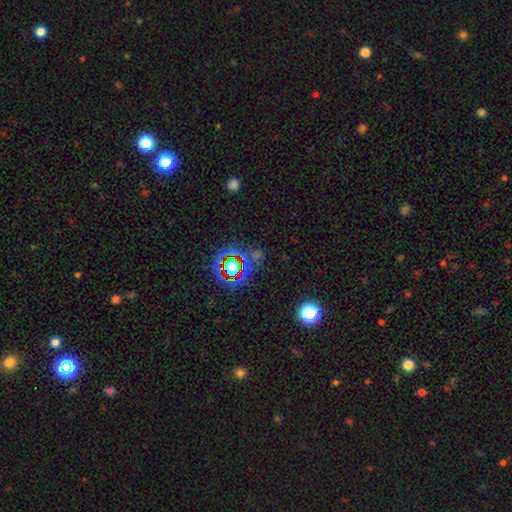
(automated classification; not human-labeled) This appears to be a star or artifact, not a galaxy (66%).